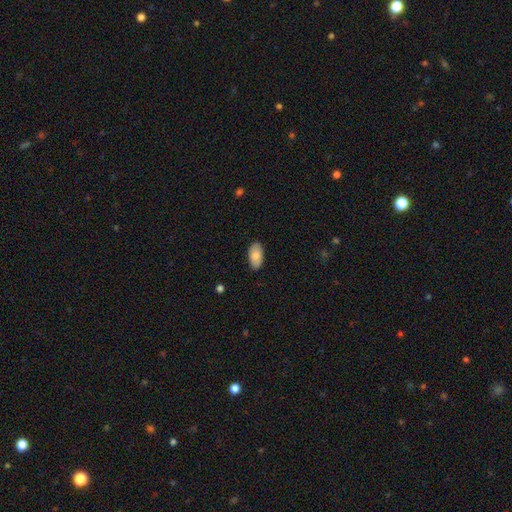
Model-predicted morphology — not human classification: Smooth or featured? Predicted: smooth (p=0.84). How rounded? Predicted: in between (p=0.95). Merging? Predicted: none (p=0.87).